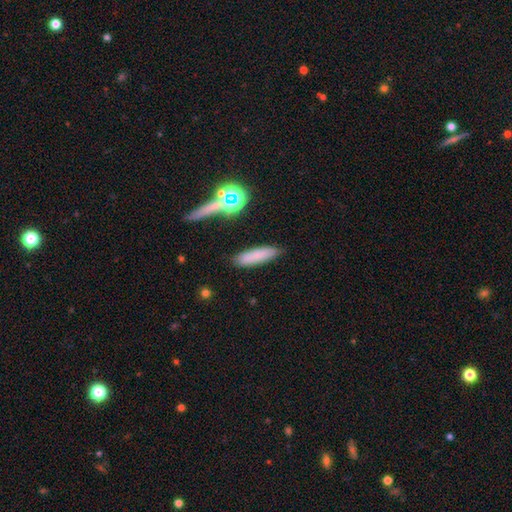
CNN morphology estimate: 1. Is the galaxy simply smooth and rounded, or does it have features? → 76% smooth, 13% featured or disk, 11% star or artifact.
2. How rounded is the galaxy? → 70% cigar-shaped, 27% in between, 2% round.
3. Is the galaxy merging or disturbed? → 83% none, 11% minor disturbance, 3% major disturbance, 3% merger.